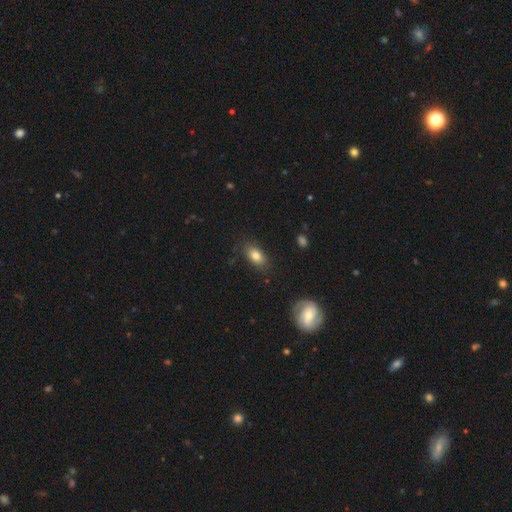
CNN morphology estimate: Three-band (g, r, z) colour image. It shows a smooth galaxy with no disk features (79%) that is in between round and cigar-shaped (87%). Merging: none (82%).